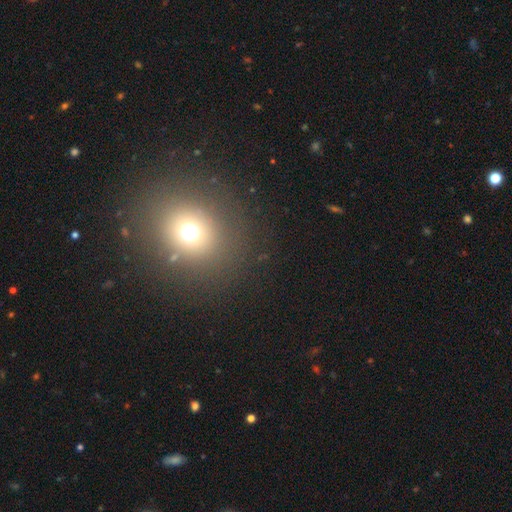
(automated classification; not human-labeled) smooth 64%, star or artifact 27%, featured or disk 9%. Down the decision tree: how rounded — round (79%); merging — none (90%).